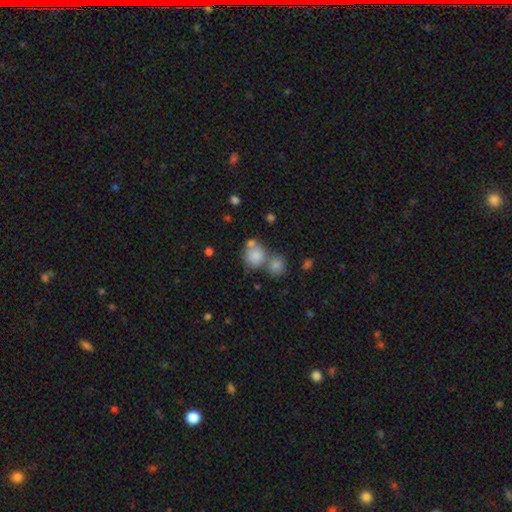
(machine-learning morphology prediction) This appears to be a smooth galaxy with no disk features (81%) that is round (74%). Merging: merger (44%).